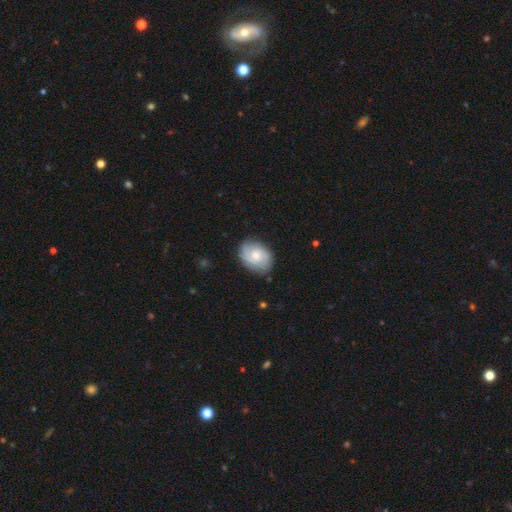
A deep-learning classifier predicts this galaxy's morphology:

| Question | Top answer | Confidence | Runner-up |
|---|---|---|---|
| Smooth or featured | featured or disk | 51% | smooth (42%) |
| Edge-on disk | no | 97% | yes (3%) |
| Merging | none | 80% | minor disturbance (16%) |